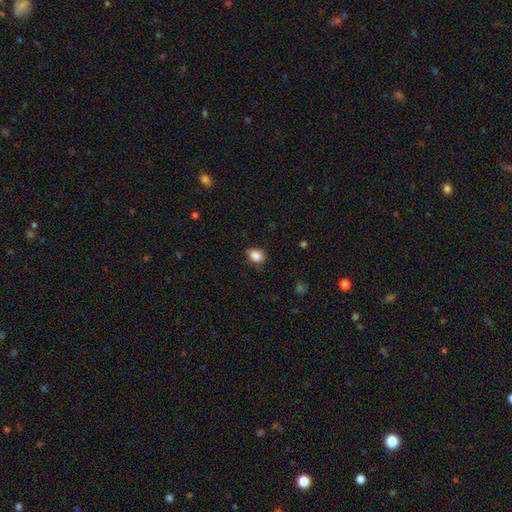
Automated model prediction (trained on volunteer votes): Morphology: type=smooth (87%); roundness=in between (74%); merging=none (76%).